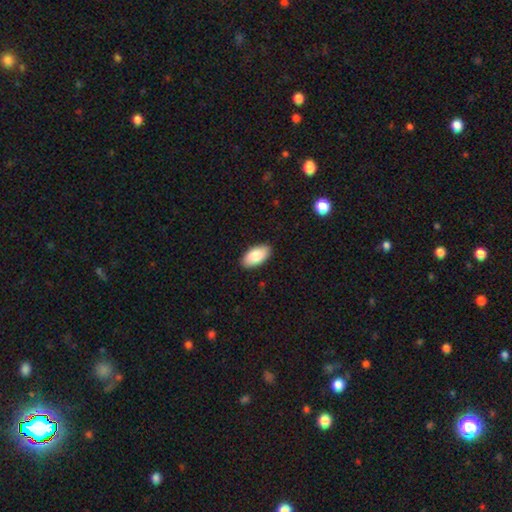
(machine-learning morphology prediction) A smooth galaxy with no disk features (85%) that is in between round and cigar-shaped (95%).

Vote fractions:
- Smooth or featured? smooth: 85% / featured or disk: 10% / star or artifact: 6%
- How rounded? in between: 95% / round: 2% / cigar-shaped: 2%
- Merging? none: 90% / minor disturbance: 8% / major disturbance: 2% / merger: 1%